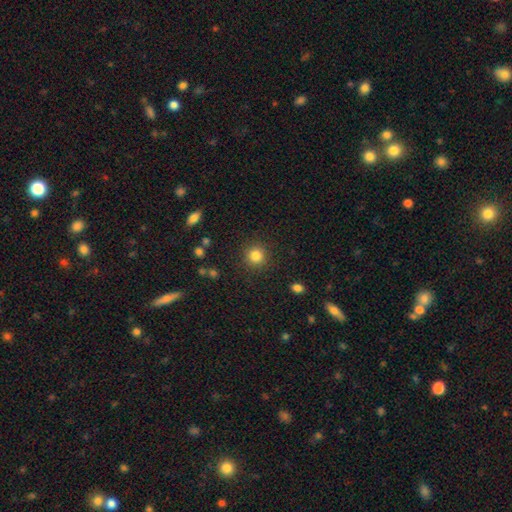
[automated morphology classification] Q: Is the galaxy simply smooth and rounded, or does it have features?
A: smooth — 83%.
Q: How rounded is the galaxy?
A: round — 93%.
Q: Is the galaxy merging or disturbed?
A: none — 89%.